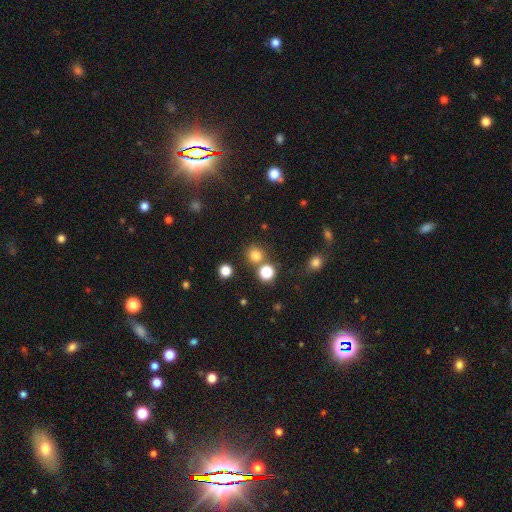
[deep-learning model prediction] smooth 77%, star or artifact 18%, featured or disk 5%. Down the decision tree: how rounded — round (91%); merging — none (75%).